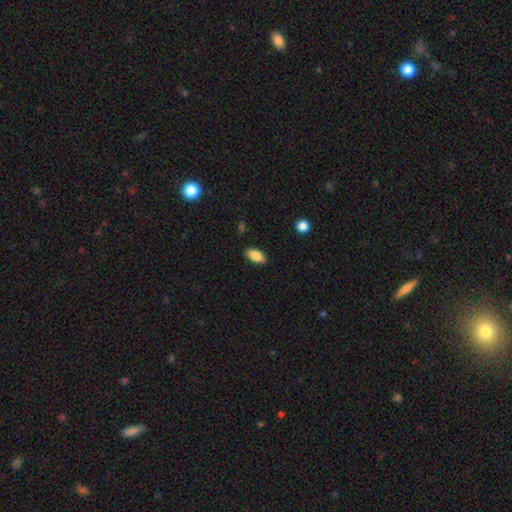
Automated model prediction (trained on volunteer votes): Morphology: type=smooth (86%); roundness=in between (92%); merging=none (88%).